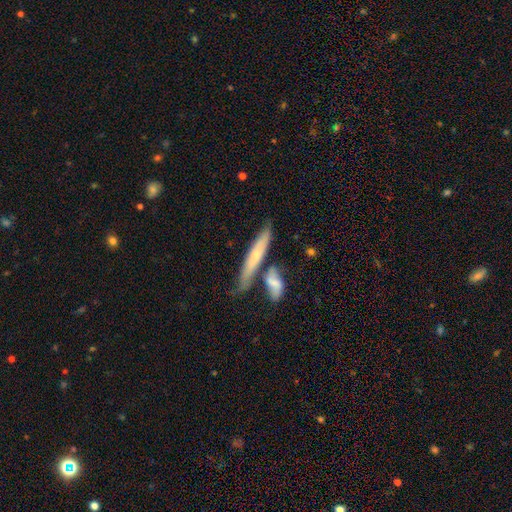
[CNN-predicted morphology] A smooth galaxy with no disk features (51%) that is cigar-shaped (87%).

Vote fractions:
- Smooth or featured? smooth: 51% / featured or disk: 43% / star or artifact: 6%
- How rounded? cigar-shaped: 87% / in between: 11% / round: 2%
- Merging? none: 60% / merger: 22% / minor disturbance: 14% / major disturbance: 4%